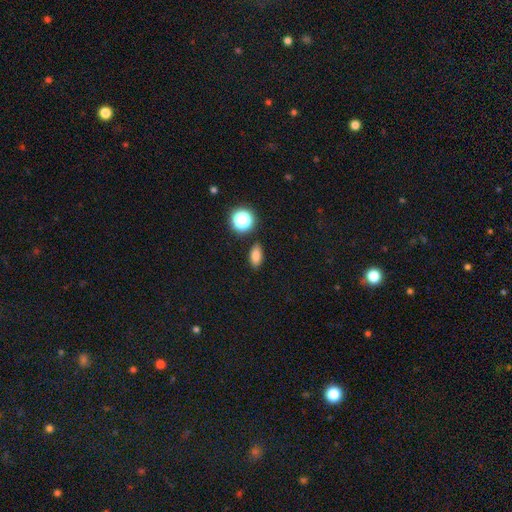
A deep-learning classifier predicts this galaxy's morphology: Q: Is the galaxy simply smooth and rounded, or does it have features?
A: smooth — 81%.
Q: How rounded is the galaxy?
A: in between — 82%.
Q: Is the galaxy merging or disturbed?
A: none — 86%.